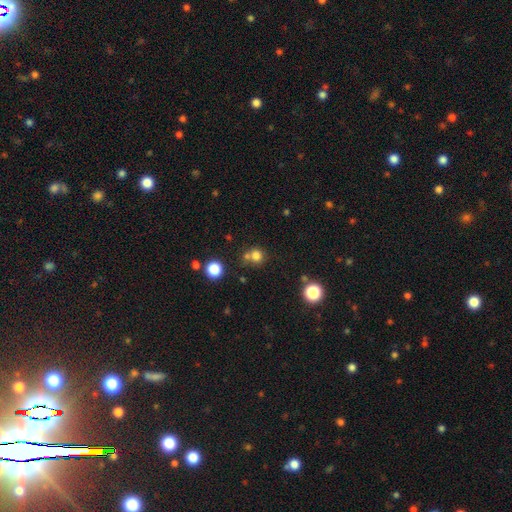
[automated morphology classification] A smooth galaxy with no disk features (76%) that is round (88%). Merging: none (58%).